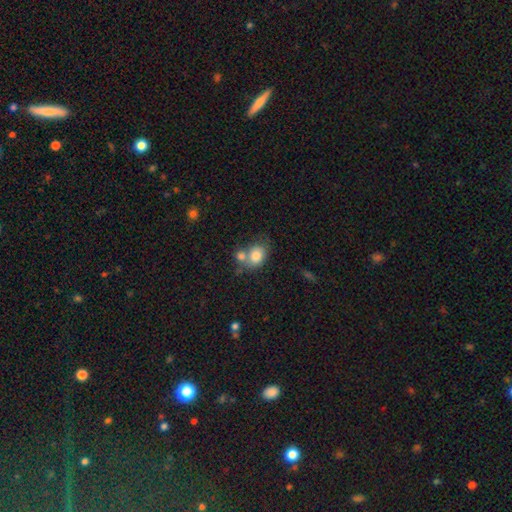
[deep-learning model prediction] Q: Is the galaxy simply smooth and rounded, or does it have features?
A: smooth — 81%.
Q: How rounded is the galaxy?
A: in between — 56%.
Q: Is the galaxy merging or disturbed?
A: none — 41%, tied with merger.